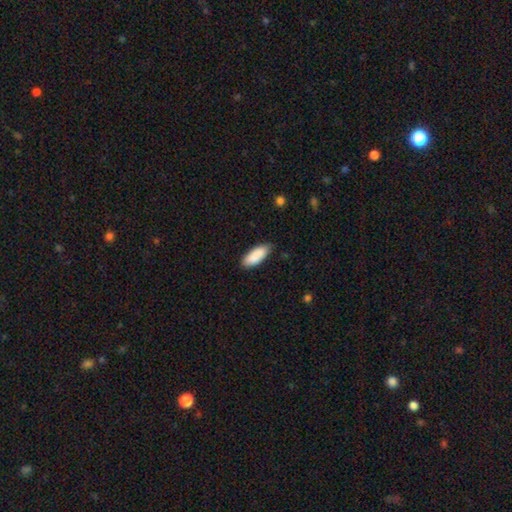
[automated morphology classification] smooth 90%, star or artifact 6%, featured or disk 5%. Down the decision tree: how rounded — in between (75%); merging — none (84%).